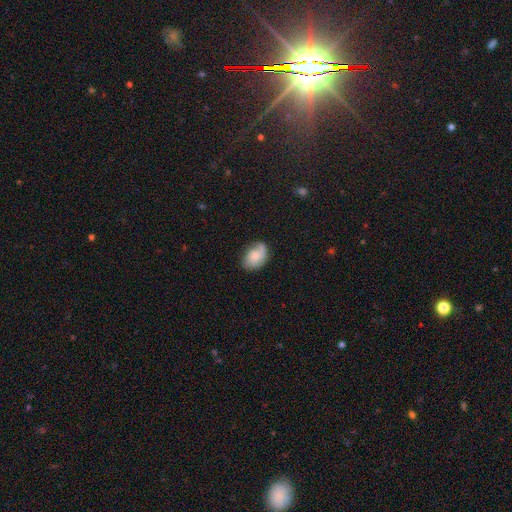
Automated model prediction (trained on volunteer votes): smooth 56%, featured or disk 36%, star or artifact 8%. Down the decision tree: how rounded — in between (81%); merging — none (63%).